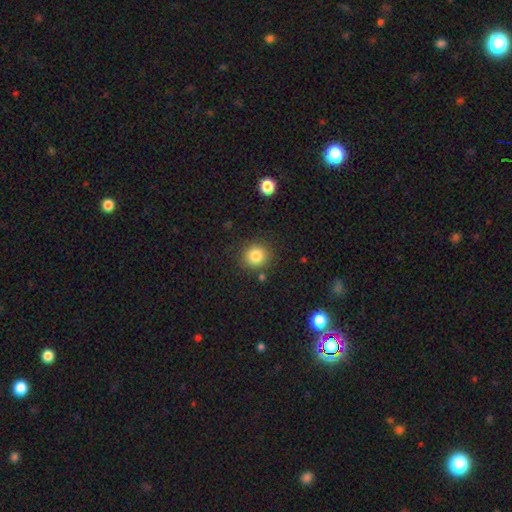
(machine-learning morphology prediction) smooth_or_featured: smooth (p=0.84) [alt: star or artifact p=0.11]
how_rounded: round (p=0.88) [alt: in between p=0.11]
merging: none (p=0.85) [alt: minor disturbance p=0.09]